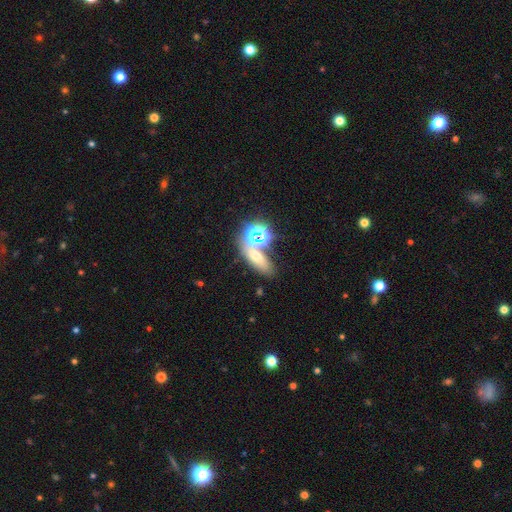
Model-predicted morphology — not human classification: smooth_or_featured: smooth (p=0.47) [alt: star or artifact p=0.32]
merging: none (p=0.52) [alt: merger p=0.29]